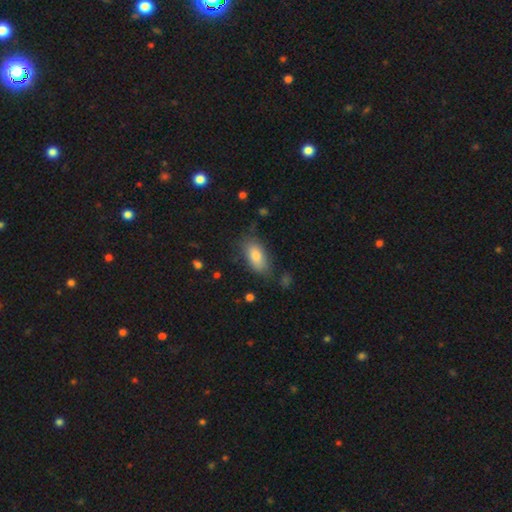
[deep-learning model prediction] A smooth galaxy with no disk features (81%) that is in between round and cigar-shaped (89%). Merging: none (72%).